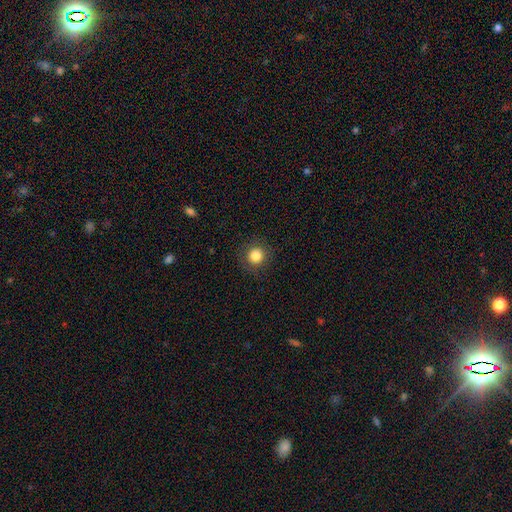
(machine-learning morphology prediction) type=smooth (83%); roundness=round (94%); merging=none (90%).